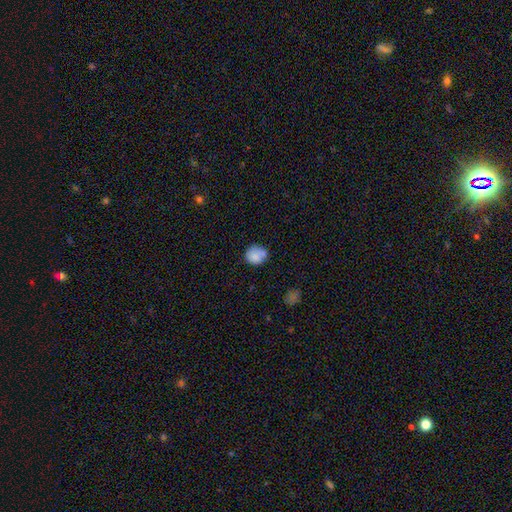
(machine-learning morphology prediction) Overall: smooth (81%). How rounded: round (80%). Merging: none (61%; minor disturbance 22%).